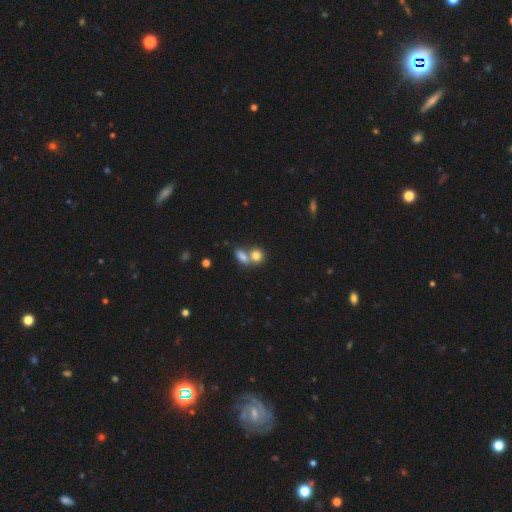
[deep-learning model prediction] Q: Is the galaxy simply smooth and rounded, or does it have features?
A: smooth — 80%.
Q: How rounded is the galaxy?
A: round — 58%.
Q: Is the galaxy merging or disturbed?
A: merger — 54%.